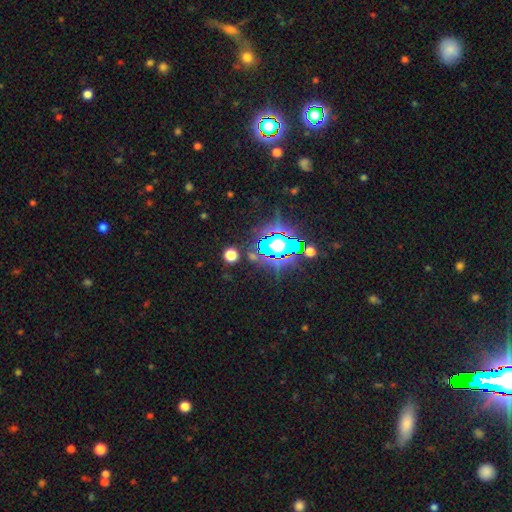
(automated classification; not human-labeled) smooth-or-featured: star or artifact: 70% | smooth: 18% | featured or disk: 13%